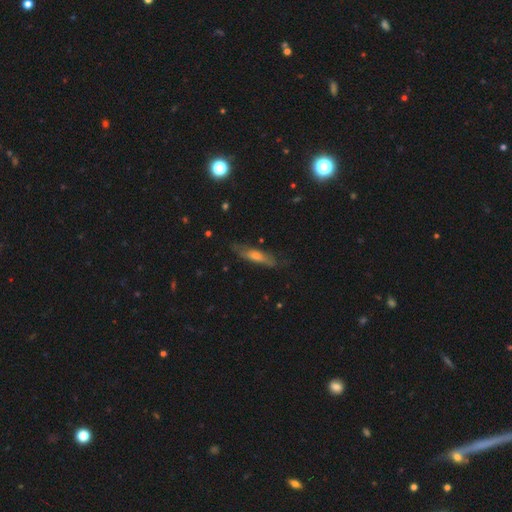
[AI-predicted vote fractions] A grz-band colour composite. It shows a featured or disk galaxy (51%) viewed edge-on (74%). Merging: none (77%).